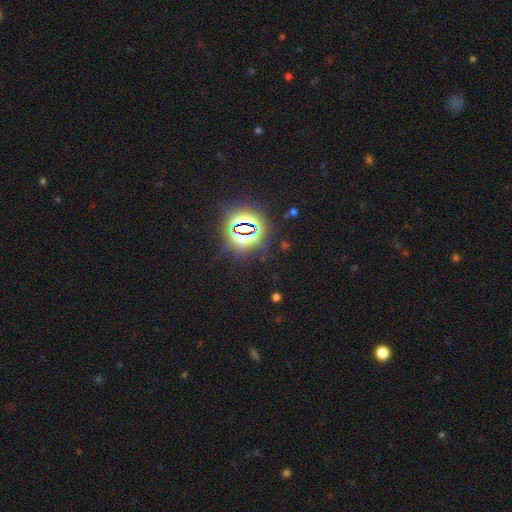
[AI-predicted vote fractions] Q: Smooth or featured?
A: star or artifact (82%); runner-up: smooth (12%)